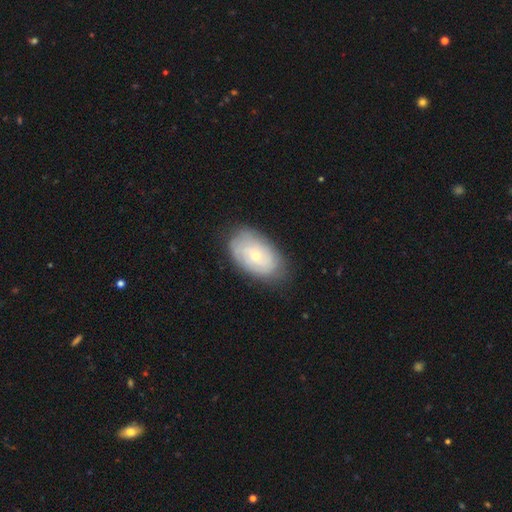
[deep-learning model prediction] A featured or disk galaxy (47%).

Vote fractions:
- Smooth or featured? featured or disk: 47% / smooth: 46% / star or artifact: 6%
- Merging? none: 74% / minor disturbance: 19% / major disturbance: 5% / merger: 1%